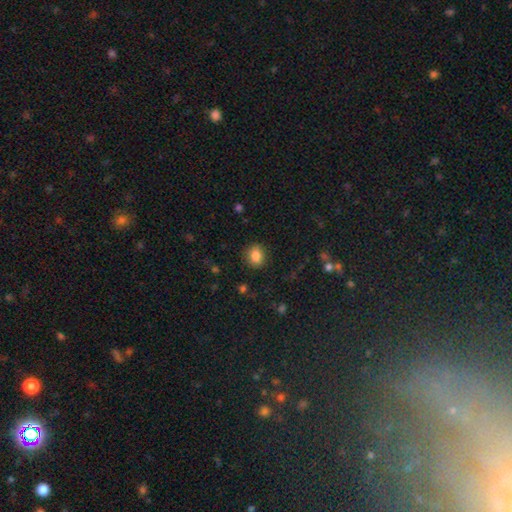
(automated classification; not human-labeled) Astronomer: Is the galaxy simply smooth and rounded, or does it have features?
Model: smooth — 86%.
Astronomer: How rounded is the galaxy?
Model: round — 61% (runner-up: in between, 38%).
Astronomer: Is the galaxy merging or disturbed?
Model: none — 86%.